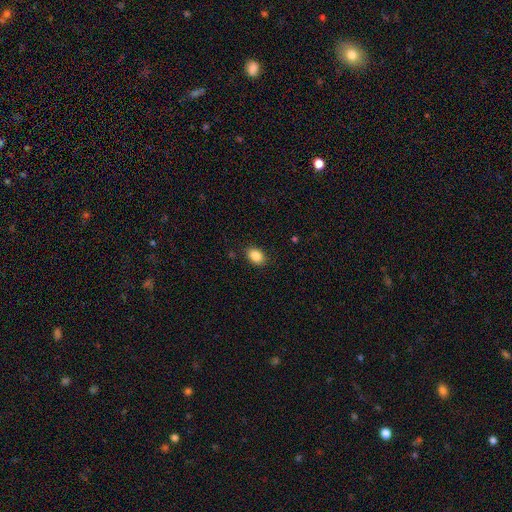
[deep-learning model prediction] Morphology: type=smooth (87%); roundness=in between (82%); merging=none (88%).